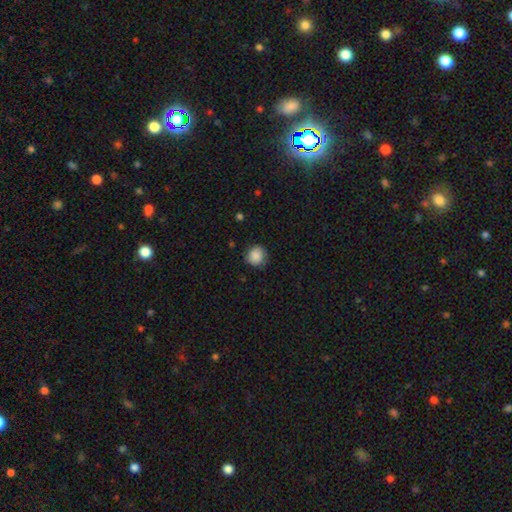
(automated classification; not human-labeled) Overall: smooth (85%). How rounded: round (88%). Merging: none (82%).